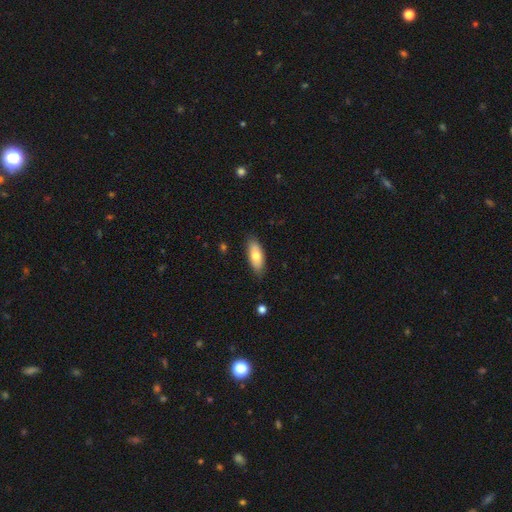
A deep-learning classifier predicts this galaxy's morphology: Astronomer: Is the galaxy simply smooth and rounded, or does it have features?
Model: smooth — 75%.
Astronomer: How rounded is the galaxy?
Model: in between — 77%.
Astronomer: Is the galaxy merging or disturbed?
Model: none — 82%.